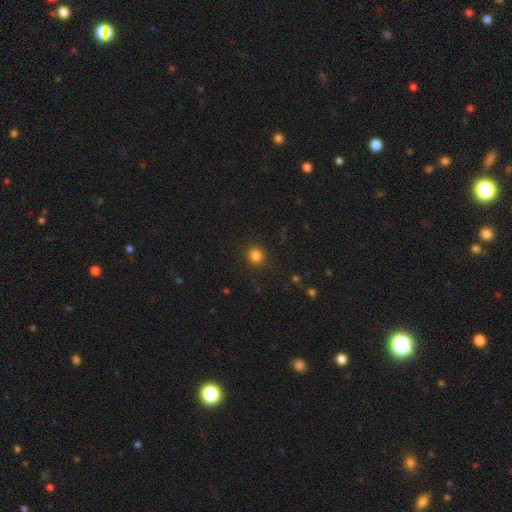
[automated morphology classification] smooth-or-featured: smooth: 83% | star or artifact: 13% | featured or disk: 4%
  how-rounded: round: 91% | in between: 8% | cigar-shaped: 1%
  merging: none: 91% | minor disturbance: 6% | major disturbance: 2% | merger: 1%